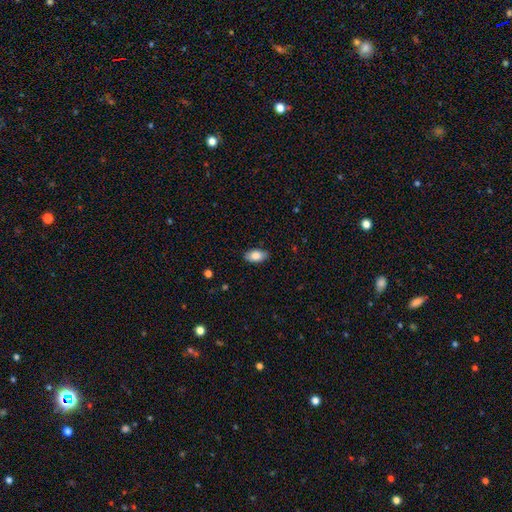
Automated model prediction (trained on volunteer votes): smooth-or-featured: smooth: 84% | featured or disk: 9% | star or artifact: 7%
  how-rounded: in between: 93% | round: 4% | cigar-shaped: 3%
  merging: none: 87% | minor disturbance: 10% | major disturbance: 2% | merger: 1%